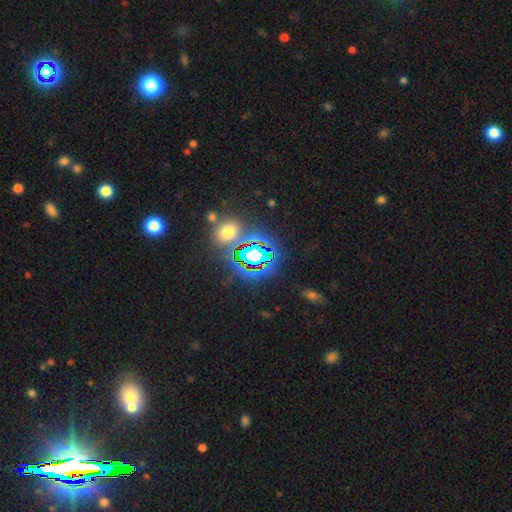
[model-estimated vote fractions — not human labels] Q: Smooth or featured?
A: star or artifact (73%); runner-up: smooth (17%)